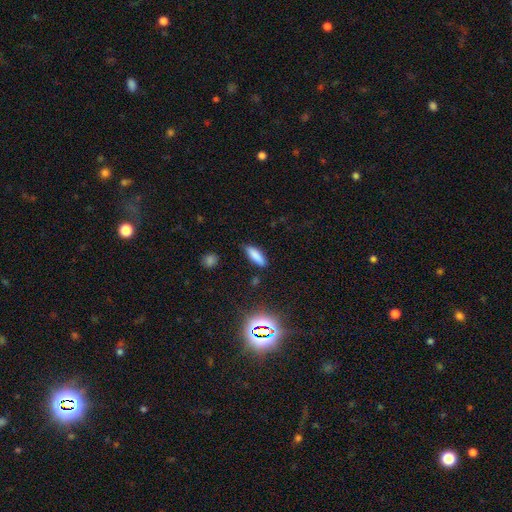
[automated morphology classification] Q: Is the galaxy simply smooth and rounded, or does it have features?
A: smooth — 81%.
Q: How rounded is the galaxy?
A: in between — 49%, tied with cigar-shaped.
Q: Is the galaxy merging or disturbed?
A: none — 80%.